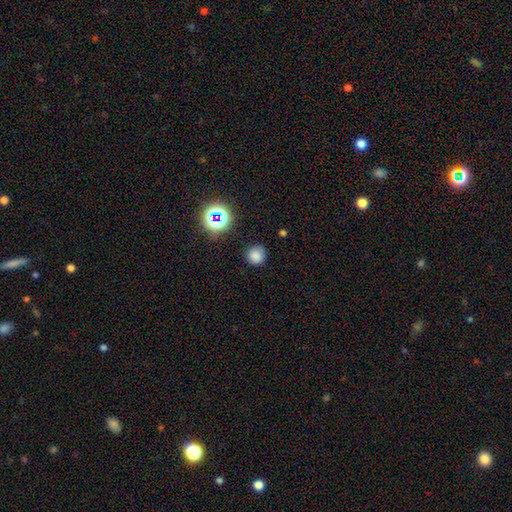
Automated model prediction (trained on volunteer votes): A smooth galaxy with no disk features (76%) that is round (92%).

Vote fractions:
- Smooth or featured? smooth: 76% / star or artifact: 18% / featured or disk: 5%
- How rounded? round: 92% / in between: 7% / cigar-shaped: 1%
- Merging? none: 84% / minor disturbance: 11% / major disturbance: 3% / merger: 2%